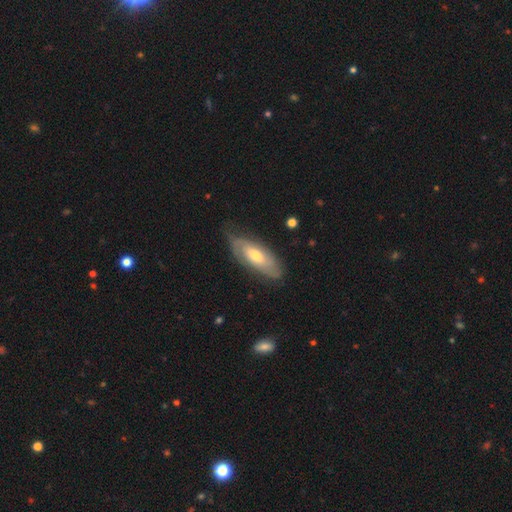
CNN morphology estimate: smooth_or_featured: featured or disk (p=0.55) [alt: smooth p=0.39]
disk_edge_on: no (p=0.79) [alt: yes p=0.21]
merging: none (p=0.69) [alt: minor disturbance p=0.23]